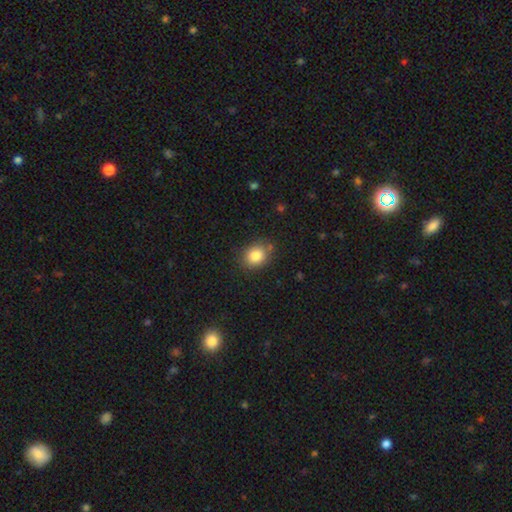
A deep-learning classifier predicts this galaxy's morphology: Smooth or featured: smooth — 83% (star or artifact — 10%)
How rounded: round — 58% (in between — 41%)
Merging: none — 80% (minor disturbance — 14%)